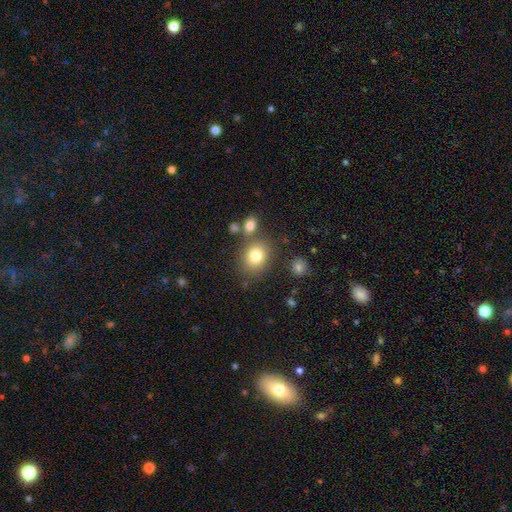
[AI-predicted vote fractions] Smooth or featured?
  - smooth: 80% *
  - star or artifact: 11%
  - featured or disk: 9%
How rounded?
  - round: 59% *
  - in between: 40%
  - cigar-shaped: 1%
Merging?
  - none: 72% *
  - merger: 12%
  - minor disturbance: 11%
  - major disturbance: 4%